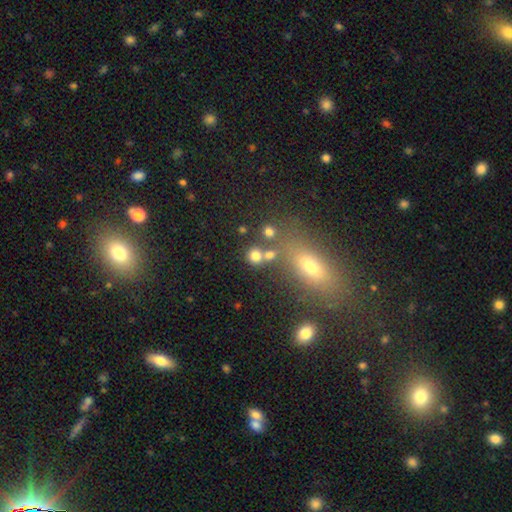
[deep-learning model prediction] Smooth or featured? Predicted: smooth (p=0.75). How rounded? Predicted: round (p=0.85). Merging? Predicted: none (p=0.63).